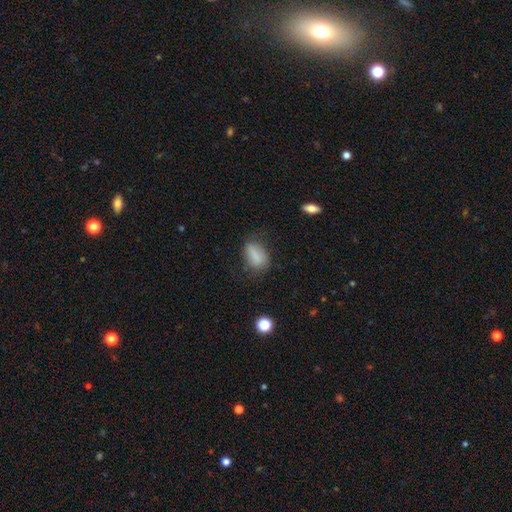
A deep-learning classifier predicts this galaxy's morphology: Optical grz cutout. It shows a smooth galaxy with no disk features (81%) that is in between round and cigar-shaped (85%). Merging: none (66%).